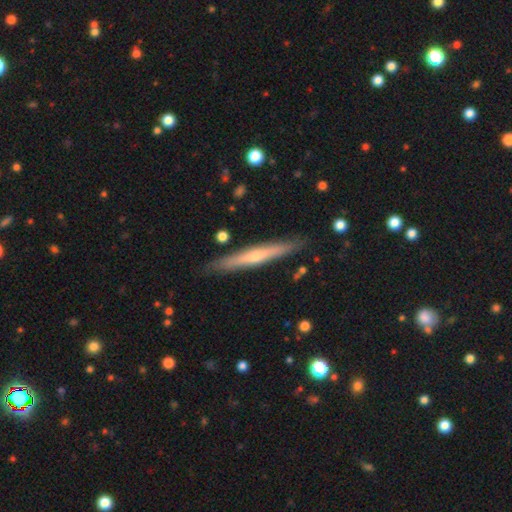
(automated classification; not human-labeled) Smooth or featured? Predicted: featured or disk (p=0.57). Edge-on disk? Predicted: yes (p=0.95). Edge-on bulge? Predicted: rounded (p=0.65). Merging? Predicted: none (p=0.88).